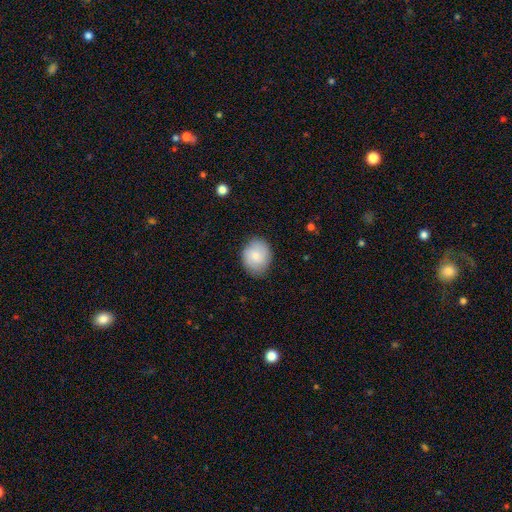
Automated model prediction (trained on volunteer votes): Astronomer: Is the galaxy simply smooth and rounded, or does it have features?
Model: smooth — 76%.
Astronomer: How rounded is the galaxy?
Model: round — 61% (runner-up: in between, 39%).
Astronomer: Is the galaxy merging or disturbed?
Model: none — 81%.